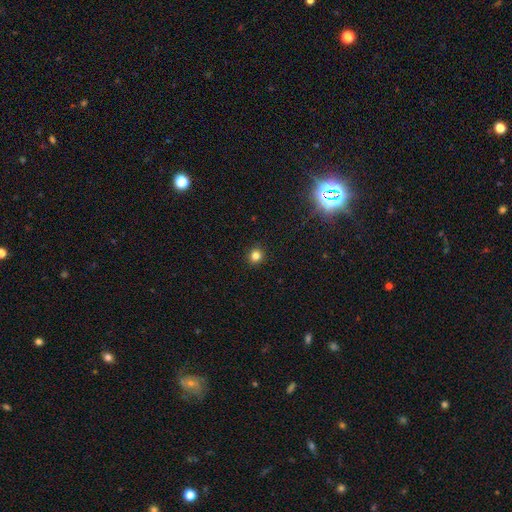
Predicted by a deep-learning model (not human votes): A smooth galaxy with no disk features (81%) that is round (89%).

Vote fractions:
- Smooth or featured? smooth: 81% / star or artifact: 14% / featured or disk: 5%
- How rounded? round: 89% / in between: 10% / cigar-shaped: 1%
- Merging? none: 92% / minor disturbance: 5% / major disturbance: 2% / merger: 1%